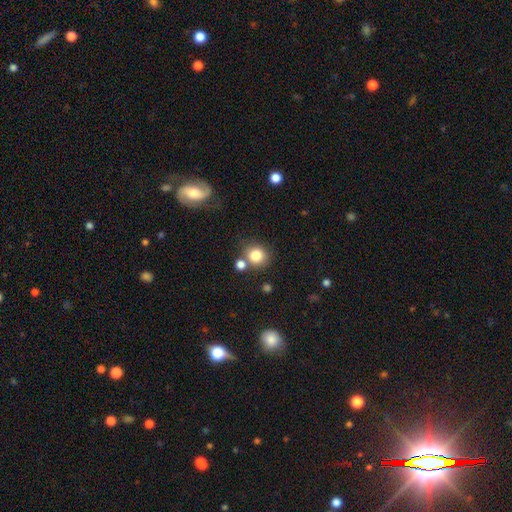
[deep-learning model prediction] A smooth galaxy with no disk features (82%) that is round (85%).

Vote fractions:
- Smooth or featured? smooth: 82% / star or artifact: 11% / featured or disk: 7%
- How rounded? round: 85% / in between: 14% / cigar-shaped: 1%
- Merging? none: 69% / merger: 16% / minor disturbance: 11% / major disturbance: 4%